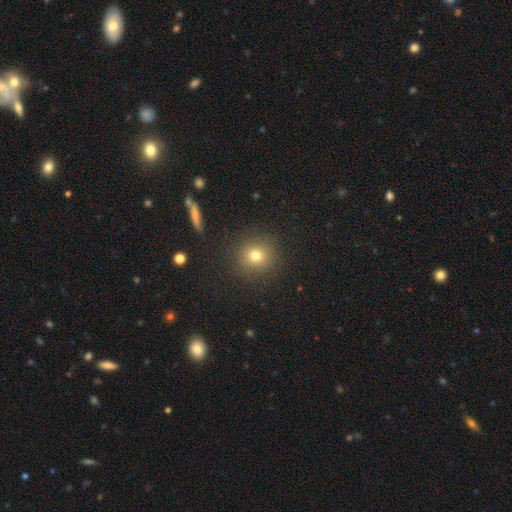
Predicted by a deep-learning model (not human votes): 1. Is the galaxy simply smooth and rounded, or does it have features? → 76% smooth, 15% star or artifact, 9% featured or disk.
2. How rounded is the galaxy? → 90% round, 9% in between, 1% cigar-shaped.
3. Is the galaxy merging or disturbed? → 88% none, 7% minor disturbance, 3% major disturbance, 2% merger.